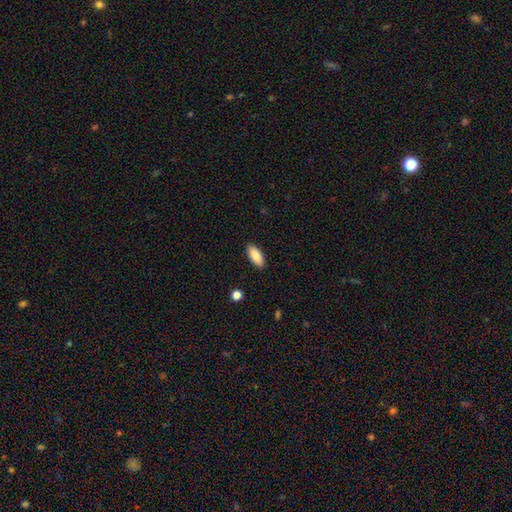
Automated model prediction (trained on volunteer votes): The model was most divided on "how rounded": in between: 83%, cigar-shaped: 15%, round: 2%. More confident: merging — none (89%); smooth or featured — smooth (89%).